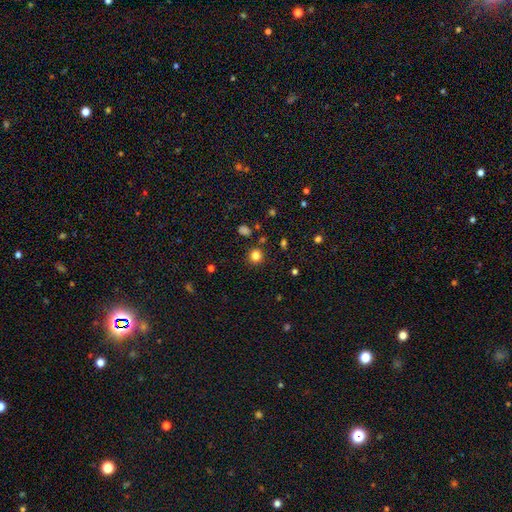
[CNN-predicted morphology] type=smooth (81%); roundness=round (92%); merging=none (89%).